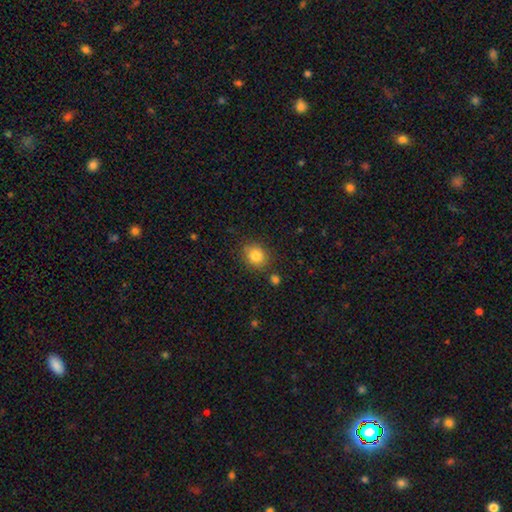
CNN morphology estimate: Overall: smooth (84%). How rounded: round (73%). Merging: none (82%).